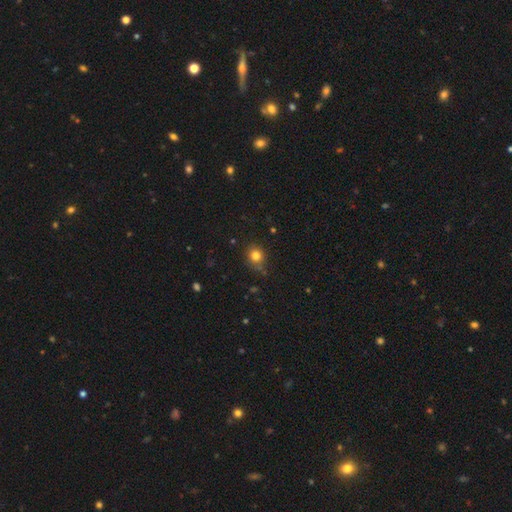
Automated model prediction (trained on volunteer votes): Smooth or featured? smooth (81%)
How rounded? round (81%)
Merging? none (74%)